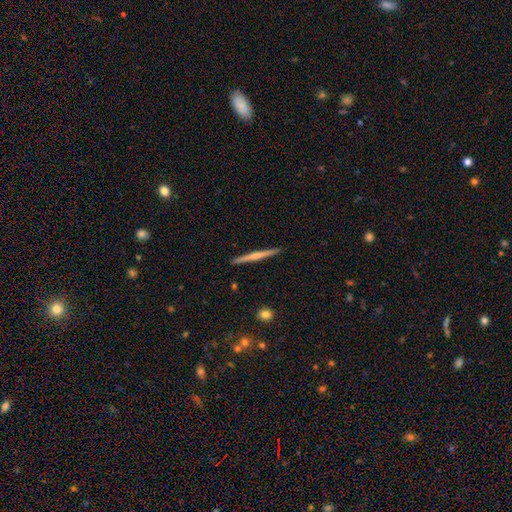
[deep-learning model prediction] Smooth or featured? featured or disk (60%)
Edge-on disk? yes (98%)
Edge-on bulge? rounded (56%)
Merging? none (92%)